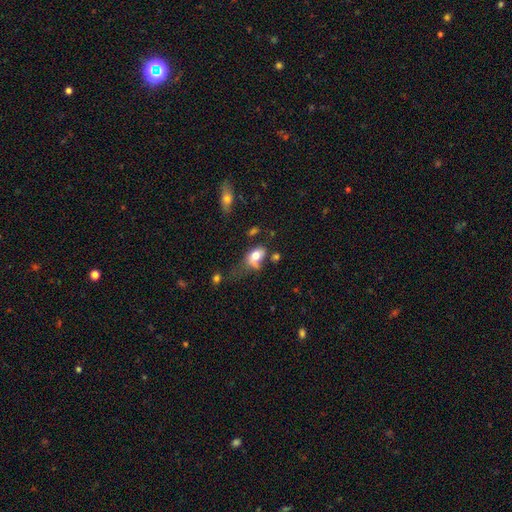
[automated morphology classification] Smooth or featured: smooth — 71% (featured or disk — 20%)
How rounded: in between — 82% (round — 16%)
Merging: major disturbance — 34% (minor disturbance — 27%)